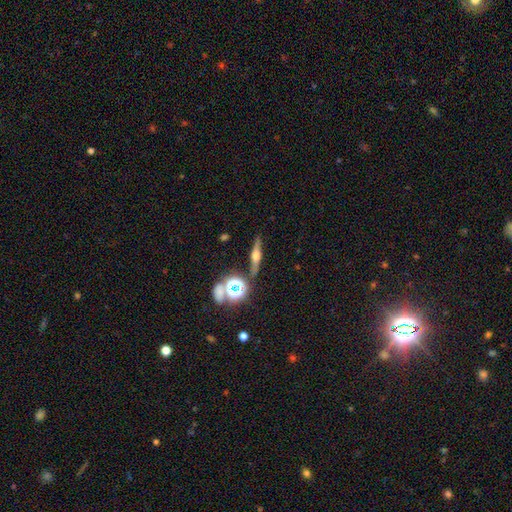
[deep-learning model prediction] This appears to be a featured or disk galaxy (63%) viewed edge-on (93%) with a rounded central bulge (92%). Merging: none (84%).